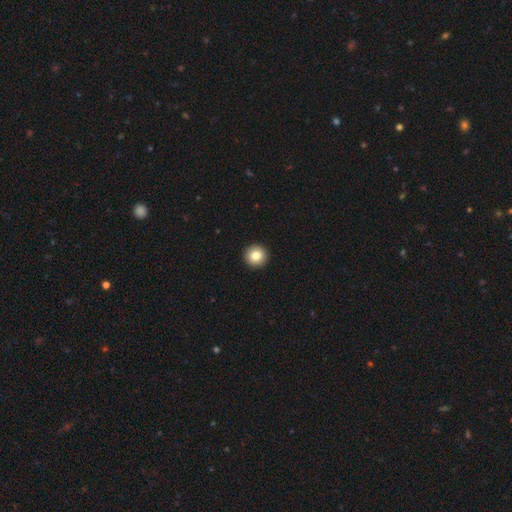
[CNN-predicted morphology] Overall: smooth (83%). How rounded: round (96%). Merging: none (94%).